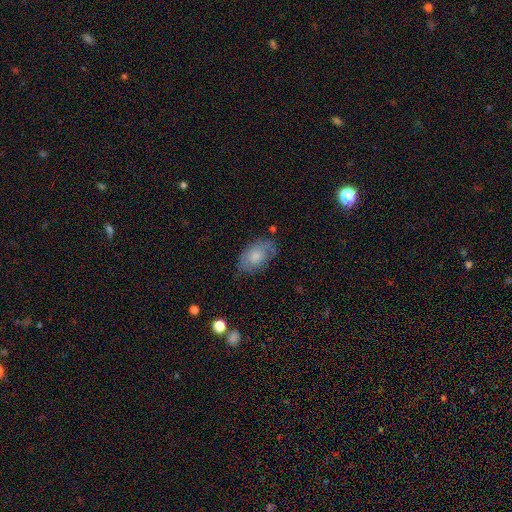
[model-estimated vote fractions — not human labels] This appears to be a smooth galaxy with no disk features (68%) that is in between round and cigar-shaped (91%). Merging: none (67%).